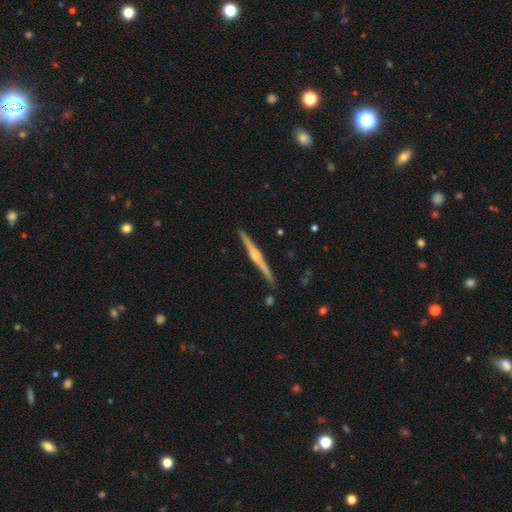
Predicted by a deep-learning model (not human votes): Q: Smooth or featured?
A: featured or disk (79%); runner-up: smooth (16%)
Q: Edge-on disk?
A: yes (99%); runner-up: no (1%)
Q: Edge-on bulge?
A: rounded (87%); runner-up: none (7%)
Q: Merging?
A: none (90%); runner-up: minor disturbance (7%)